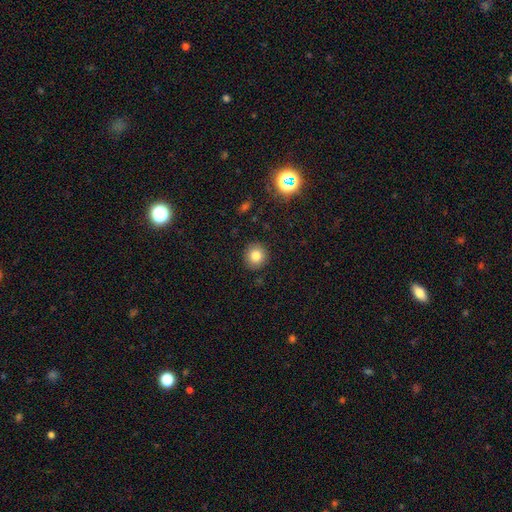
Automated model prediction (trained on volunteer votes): This appears to be a smooth galaxy with no disk features (80%) that is round (89%). Merging: none (91%).